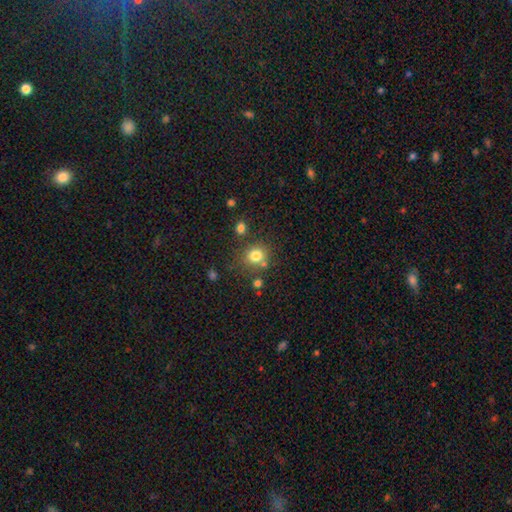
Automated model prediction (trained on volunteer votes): smooth 79%, star or artifact 14%, featured or disk 7%. Down the decision tree: how rounded — round (80%); merging — none (72%).